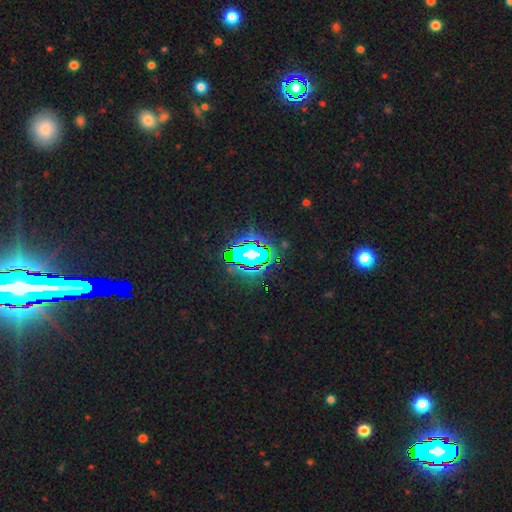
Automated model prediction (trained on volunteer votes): Morphology: type=star or artifact (79%).